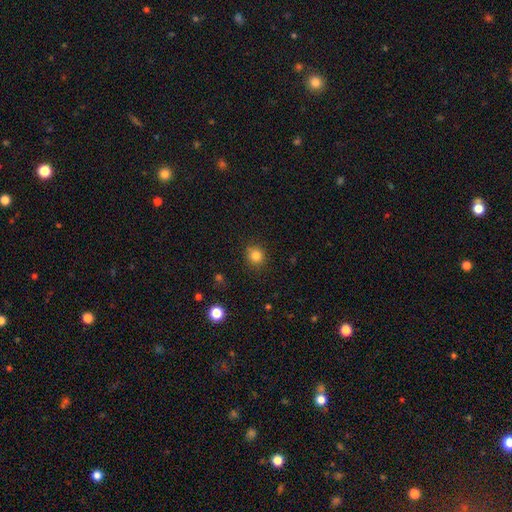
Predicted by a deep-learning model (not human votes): A smooth galaxy with no disk features (82%) that is round (87%). Merging: none (89%).